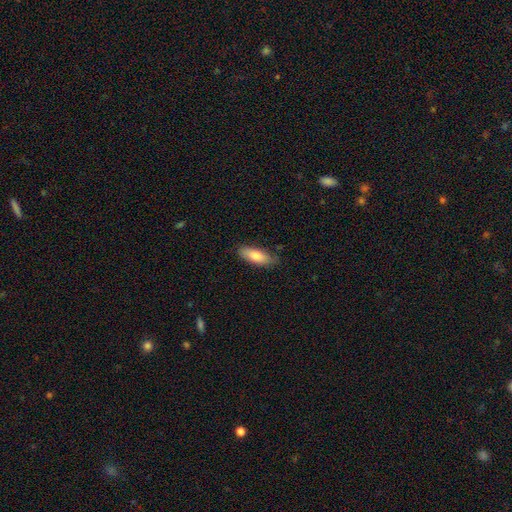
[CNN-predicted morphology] The model was most divided on "how rounded": in between: 62%, cigar-shaped: 37%, round: 2%. More confident: merging — none (81%); smooth or featured — smooth (81%).